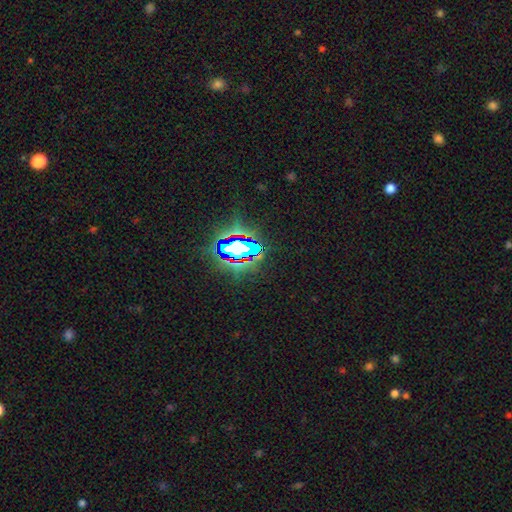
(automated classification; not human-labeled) The model was most divided on "smooth or featured": star or artifact: 75%, smooth: 14%, featured or disk: 11%.